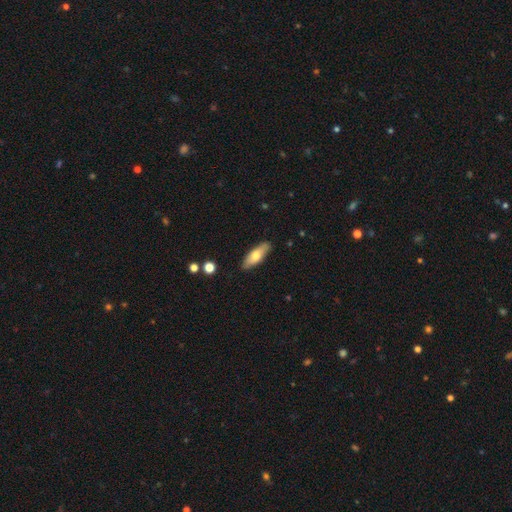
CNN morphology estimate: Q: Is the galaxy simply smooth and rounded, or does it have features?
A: smooth — 67%.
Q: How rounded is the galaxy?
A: in between — 62%.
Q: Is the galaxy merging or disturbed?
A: none — 86%.